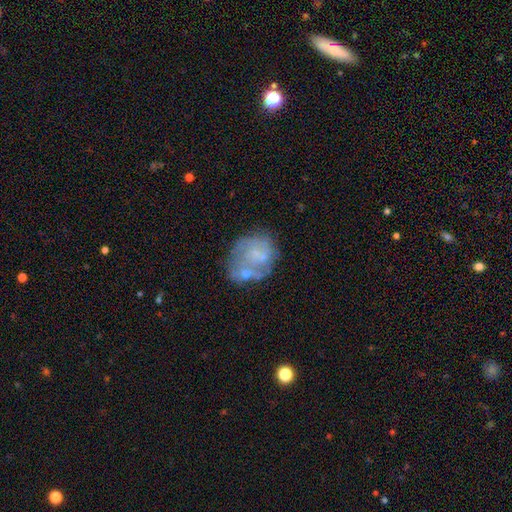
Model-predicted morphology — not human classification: Smooth or featured?
  - featured or disk: 57% *
  - smooth: 33%
  - star or artifact: 10%
Edge-on disk?
  - no: 98% *
  - yes: 2%
Bar?
  - no: 68% *
  - weak: 26%
  - strong: 5%
Spiral arms?
  - no: 51% *
  - yes: 49%
Bulge size?
  - small: 45% *
  - none: 36%
  - moderate: 16%
  - large: 2%
  - dominant: 1%
Merging?
  - none: 47% *
  - minor disturbance: 21%
  - merger: 18%
  - major disturbance: 15%